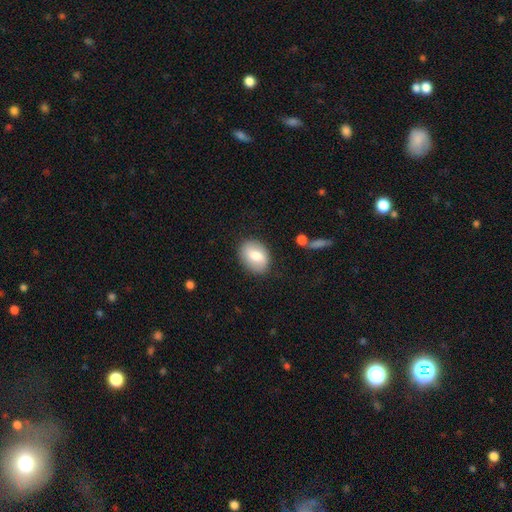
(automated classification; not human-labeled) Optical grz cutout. It shows a smooth galaxy with no disk features (71%) that is in between round and cigar-shaped (70%). Merging: none (84%).